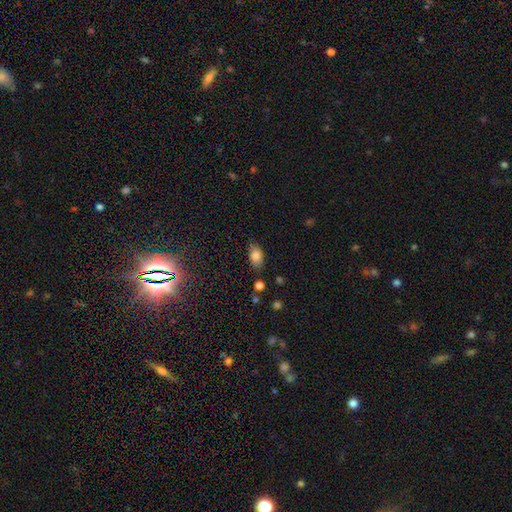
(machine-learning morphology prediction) Overall: smooth (82%). How rounded: in between (88%). Merging: none (77%).